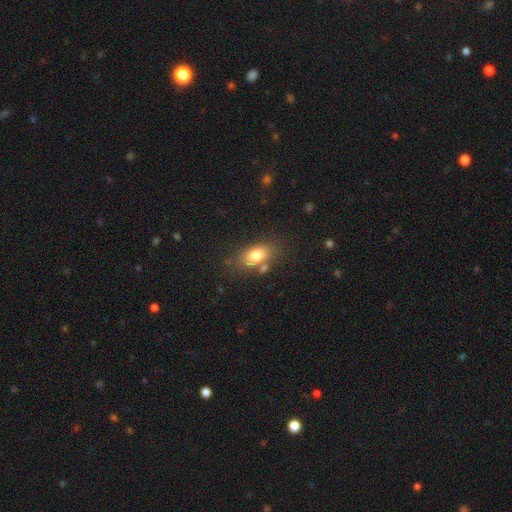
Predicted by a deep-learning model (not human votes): Smooth or featured? Predicted: smooth (p=0.77). How rounded? Predicted: in between (p=0.84). Merging? Predicted: none (p=0.66).